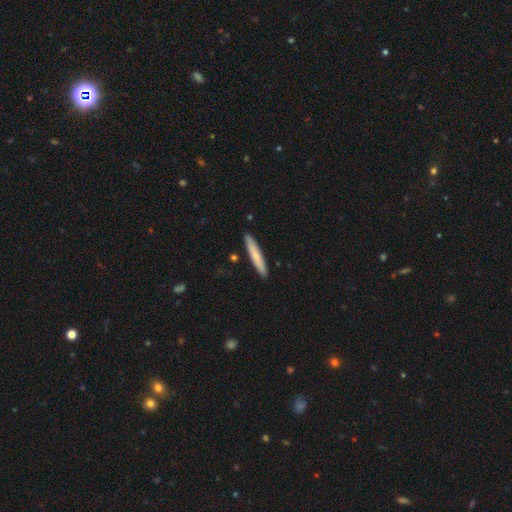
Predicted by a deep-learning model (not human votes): smooth_or_featured: smooth (p=0.75) [alt: featured or disk p=0.19]
how_rounded: cigar-shaped (p=0.94) [alt: in between p=0.05]
merging: none (p=0.90) [alt: minor disturbance p=0.07]